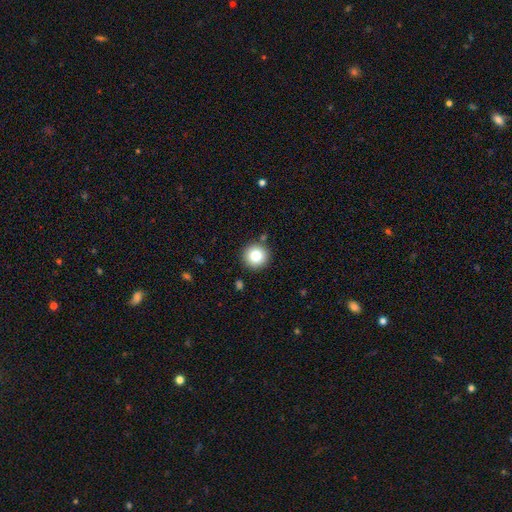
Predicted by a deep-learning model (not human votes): Q: Smooth or featured?
A: smooth (81%); runner-up: star or artifact (10%)
Q: How rounded?
A: round (95%); runner-up: in between (4%)
Q: Merging?
A: none (89%); runner-up: minor disturbance (6%)